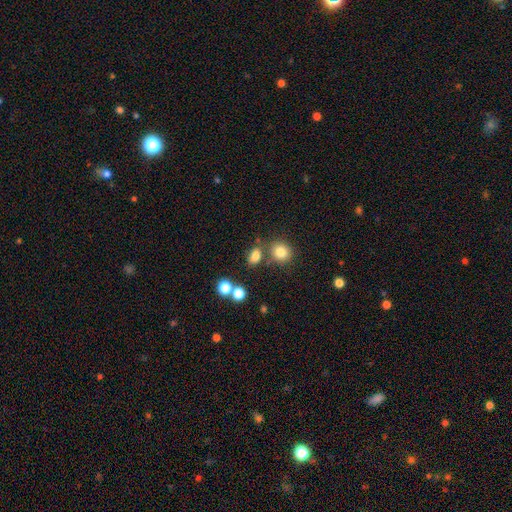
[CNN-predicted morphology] This appears to be a smooth galaxy with no disk features (78%) that is in between round and cigar-shaped (67%). Merging: none (67%).